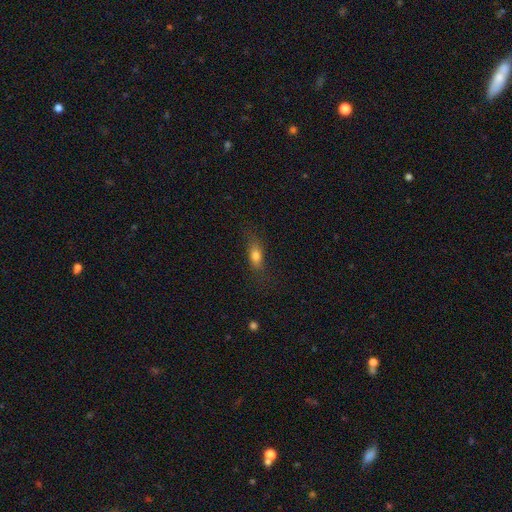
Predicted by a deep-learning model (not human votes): Overall: smooth (75%). How rounded: in between (71%). Merging: none (69%).